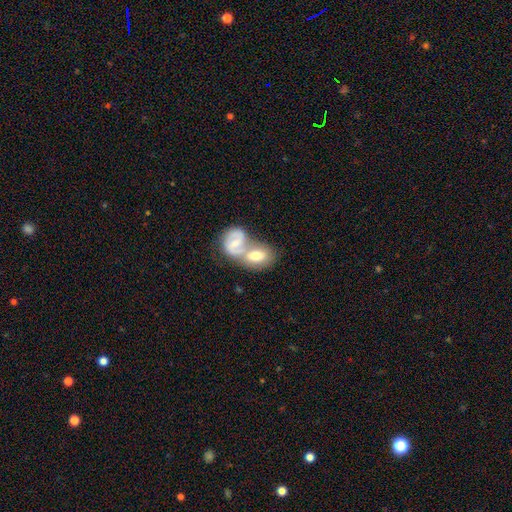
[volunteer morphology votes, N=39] Volunteers were most divided on "bulge size": small: 48%, moderate: 43%, dominant: 5%, large: 5%, none: 0%. Remaining: edge-on disk — no (100%); spiral arm count — 2 (88%); spiral arms — yes (76%); merging — merger (64%); spiral winding — medium (56%); smooth or featured — featured or disk (54%); bar — weak (48%).